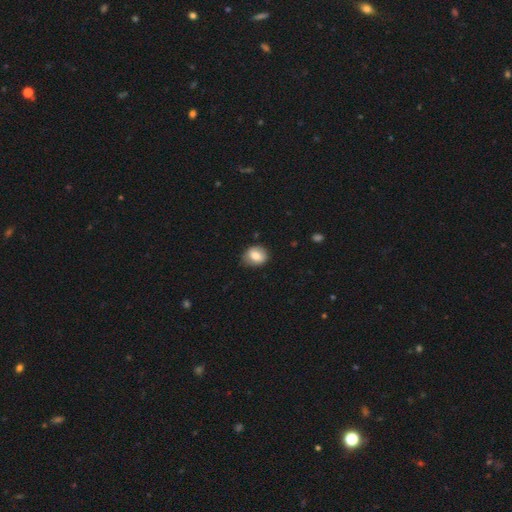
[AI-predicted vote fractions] Smooth or featured? smooth (78%)
How rounded? round (54%)
Merging? none (73%)